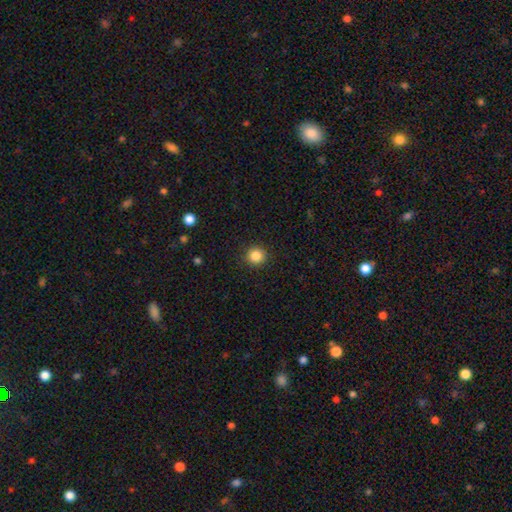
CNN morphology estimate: smooth 84%, star or artifact 11%, featured or disk 4%. Down the decision tree: how rounded — round (94%); merging — none (92%).